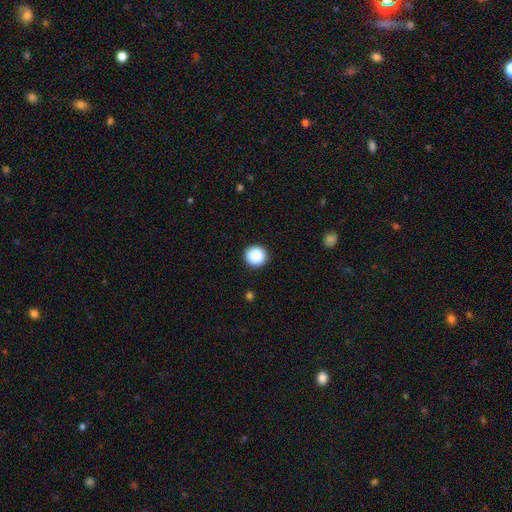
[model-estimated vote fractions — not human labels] A smooth galaxy with no disk features (88%) that is round (94%). Merging: none (92%).